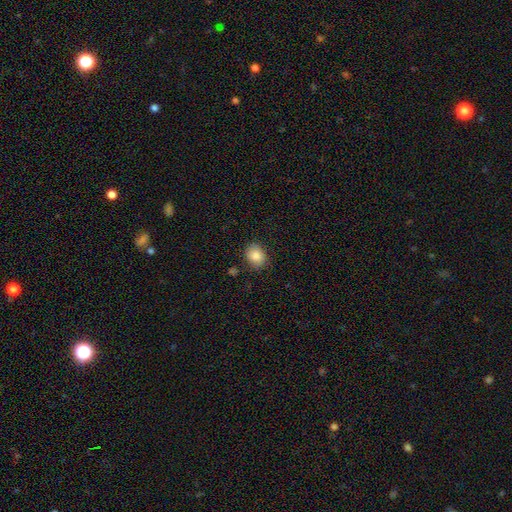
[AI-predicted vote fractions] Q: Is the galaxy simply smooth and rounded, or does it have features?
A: smooth — 86%.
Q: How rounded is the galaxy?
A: round — 52%.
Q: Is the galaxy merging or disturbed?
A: none — 83%.